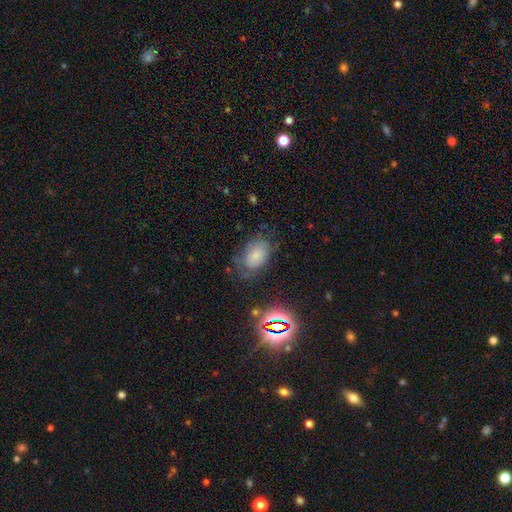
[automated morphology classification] A smooth galaxy with no disk features (67%) that is in between round and cigar-shaped (86%). Merging: none (55%).